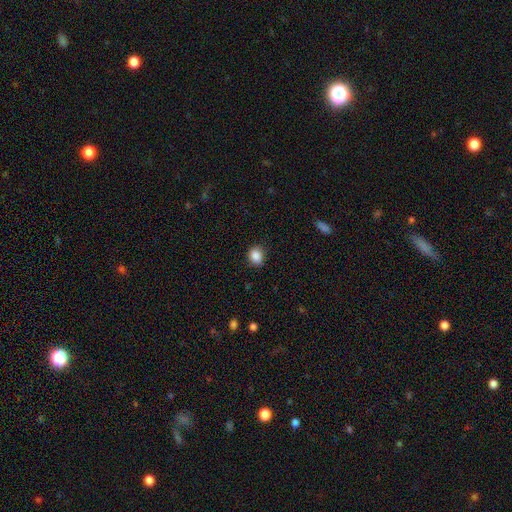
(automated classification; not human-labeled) smooth_or_featured: smooth (p=0.87) [alt: star or artifact p=0.09]
how_rounded: round (p=0.64) [alt: in between p=0.35]
merging: none (p=0.86) [alt: minor disturbance p=0.10]